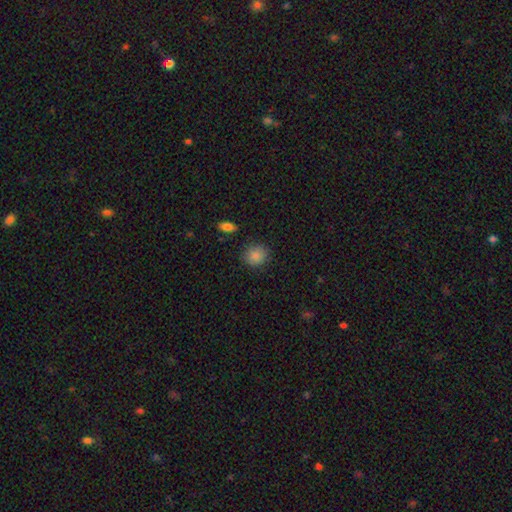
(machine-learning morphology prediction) This appears to be a smooth galaxy with no disk features (87%) that is round (79%). Merging: none (85%).